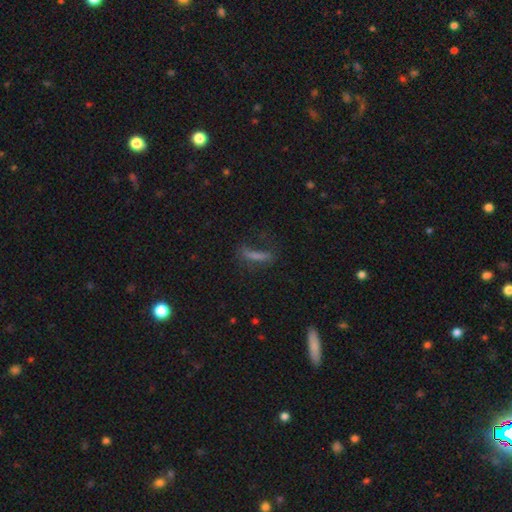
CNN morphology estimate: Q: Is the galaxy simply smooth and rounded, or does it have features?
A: smooth — 58%.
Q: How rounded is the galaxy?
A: cigar-shaped — 78%.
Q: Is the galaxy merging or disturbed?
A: none — 54%.